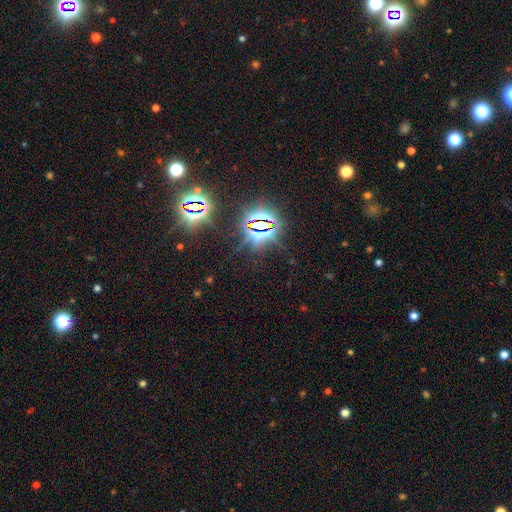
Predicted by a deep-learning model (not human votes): Smooth or featured?
  - star or artifact: 83% *
  - smooth: 11%
  - featured or disk: 7%